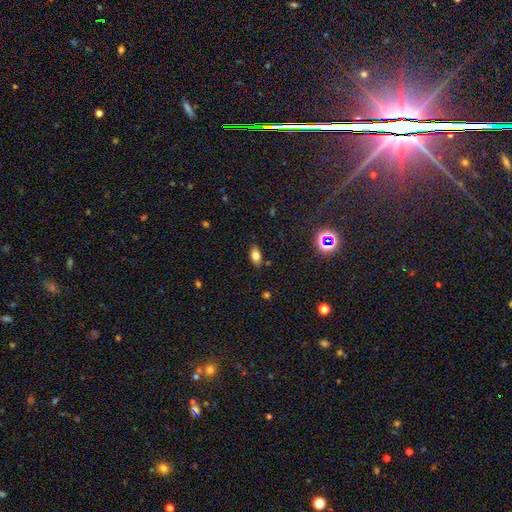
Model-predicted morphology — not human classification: This is likely a smooth galaxy (74%). How rounded: clearly in between (87%). Merging: clearly none (85%).